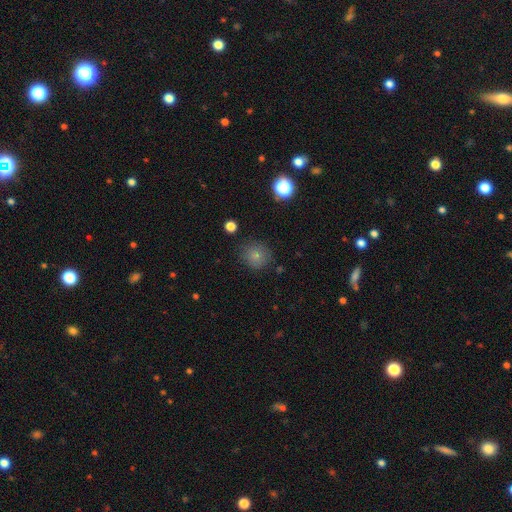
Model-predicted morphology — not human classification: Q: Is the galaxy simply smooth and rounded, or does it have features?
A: smooth — 79%.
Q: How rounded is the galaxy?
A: round — 88%.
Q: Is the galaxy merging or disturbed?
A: none — 80%.